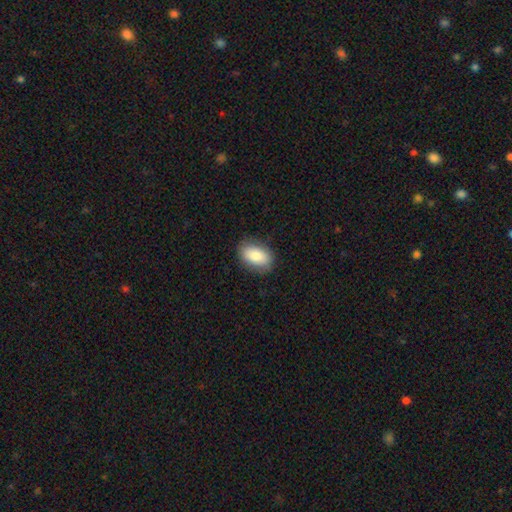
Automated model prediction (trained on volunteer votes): Morphology: type=smooth (83%); roundness=in between (91%); merging=none (85%).